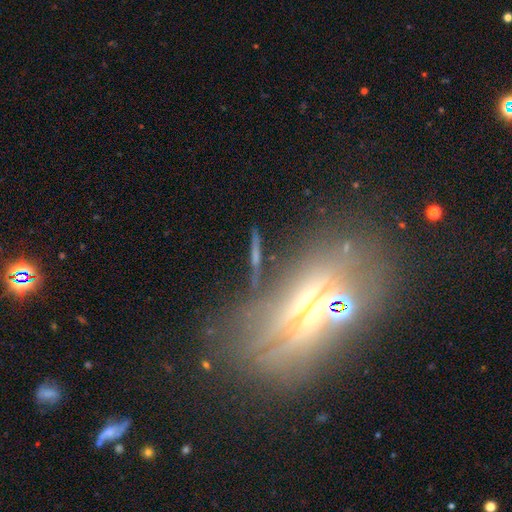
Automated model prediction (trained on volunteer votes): featured or disk 54%, star or artifact 23%, smooth 23%. Down the decision tree: edge-on disk — yes (81%); merging — none (77%).